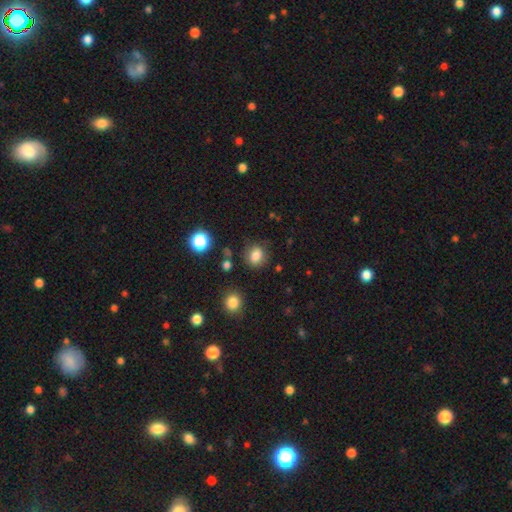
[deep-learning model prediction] Morphology: type=smooth (81%); roundness=round (68%); merging=none (79%).